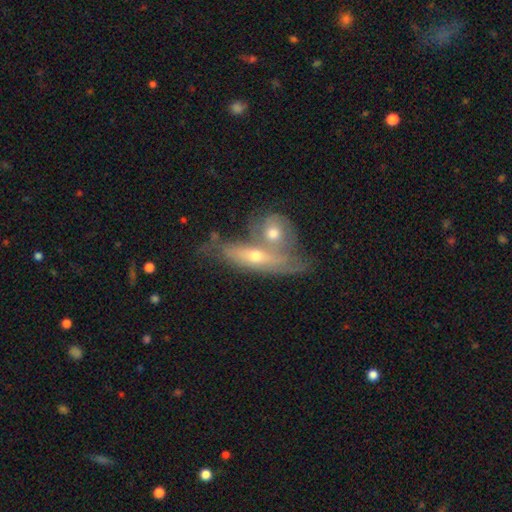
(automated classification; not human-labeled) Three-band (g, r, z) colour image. It shows a featured or disk galaxy (56%). Merging: merger (54%).